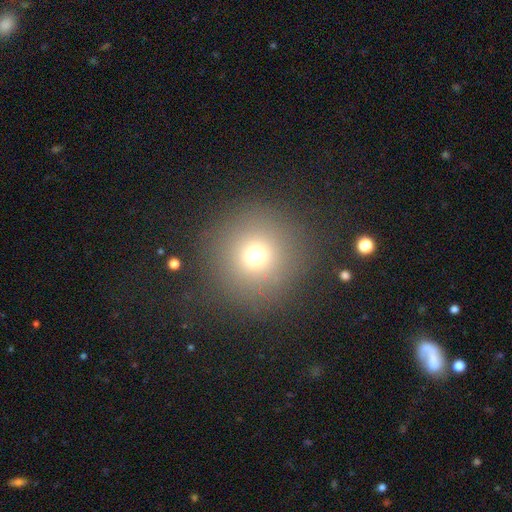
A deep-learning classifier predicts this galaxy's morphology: smooth_or_featured: smooth (p=0.70) [alt: star or artifact p=0.21]
how_rounded: round (p=0.95) [alt: in between p=0.04]
merging: none (p=0.88) [alt: minor disturbance p=0.06]